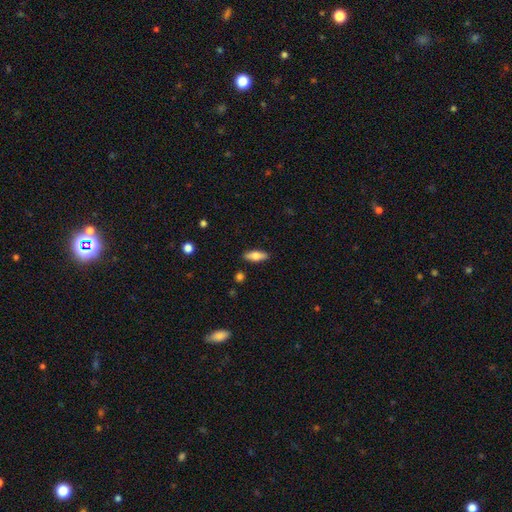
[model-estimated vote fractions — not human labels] A smooth galaxy with no disk features (69%) that is in between round and cigar-shaped (67%). Merging: none (88%).